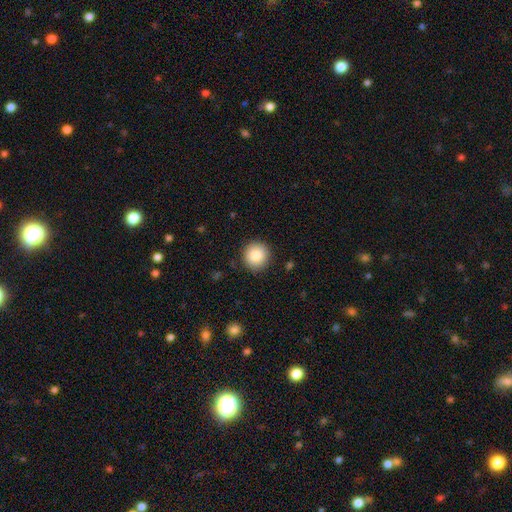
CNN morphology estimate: Overall: smooth (85%). How rounded: round (94%). Merging: none (91%).